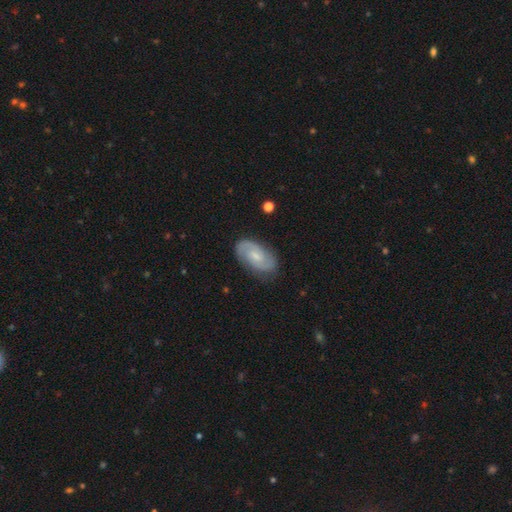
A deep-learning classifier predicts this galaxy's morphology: A featured or disk galaxy (79%) with a weak bar (47%), 2 (89%) medium (47%) spiral arms (96%) and a small central bulge (57%). Merging: none (83%).